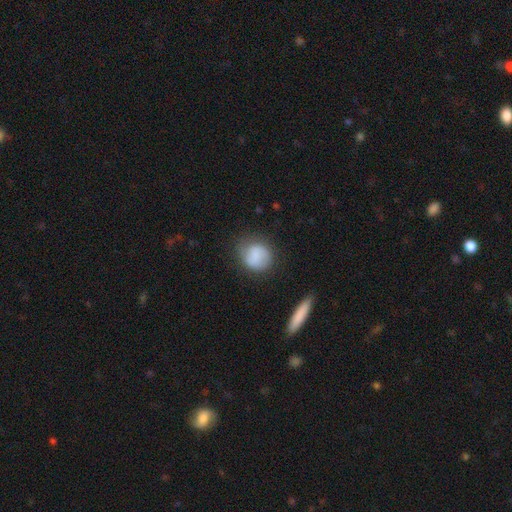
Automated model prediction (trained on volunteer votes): Smooth or featured? Predicted: smooth (p=0.75). How rounded? Predicted: round (p=0.78). Merging? Predicted: none (p=0.65).